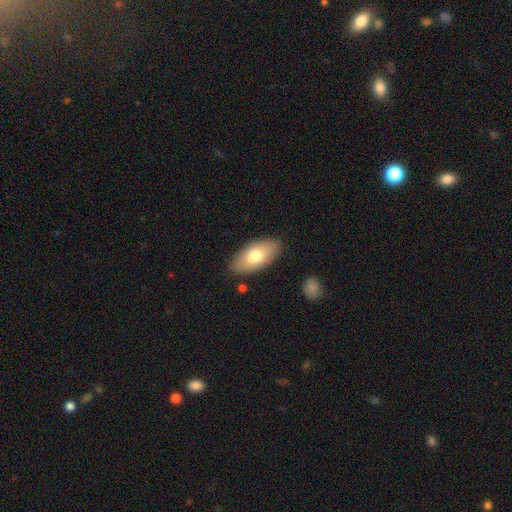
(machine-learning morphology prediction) type=smooth (72%); roundness=in between (91%); merging=none (85%).